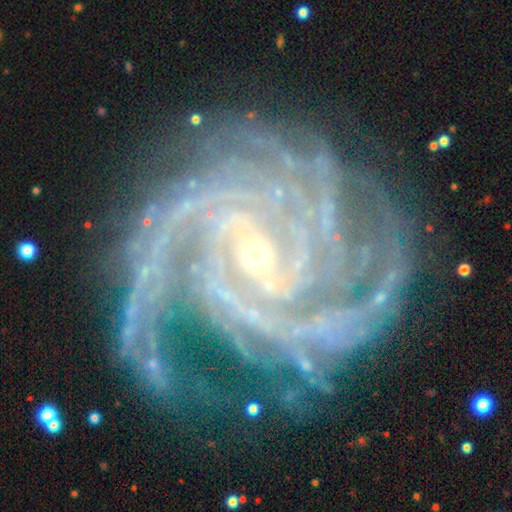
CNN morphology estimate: Overall: featured or disk (93%). Edge-on disk: no (98%). Bar: weak (43%; strong 33%). Spiral arms: yes (99%). Spiral arm count: 4 (26%; 3 19%). Spiral winding: tight (70%). Bulge size: small (73%). Merging: none (71%).